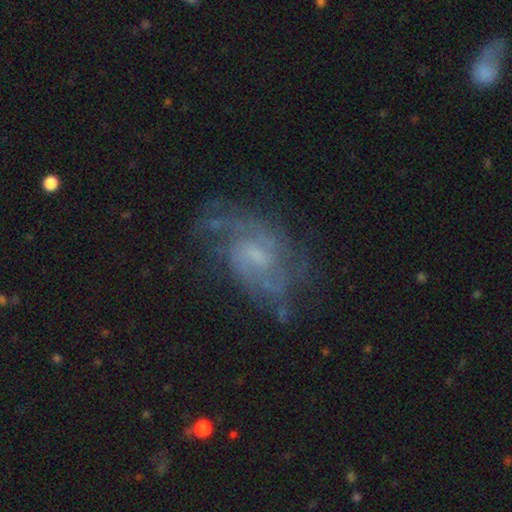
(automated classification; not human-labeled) This is clearly a featured or disk galaxy (81%). It is clearly not viewed edge-on (97%). Bar: possibly weak (53%). Spiral arm pattern: clearly yes (92%). Spiral arm count: marginally 2 (44%). Spiral winding: possibly medium (47%). Central bulge: possibly small (51%). Merging: likely none (63%).